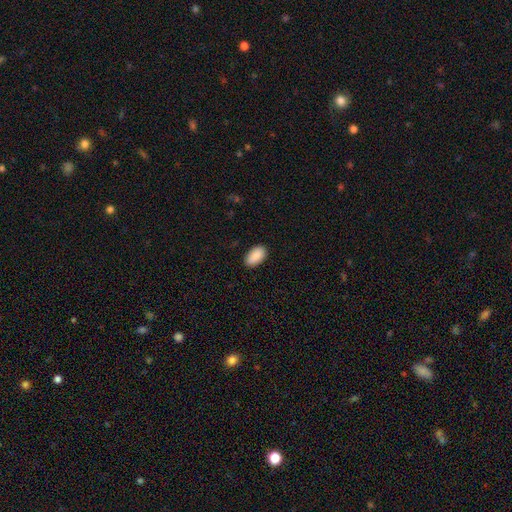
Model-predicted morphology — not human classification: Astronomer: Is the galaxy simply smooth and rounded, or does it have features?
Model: smooth — 90%.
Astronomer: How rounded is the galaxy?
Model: in between — 95%.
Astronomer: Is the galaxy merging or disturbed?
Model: none — 88%.